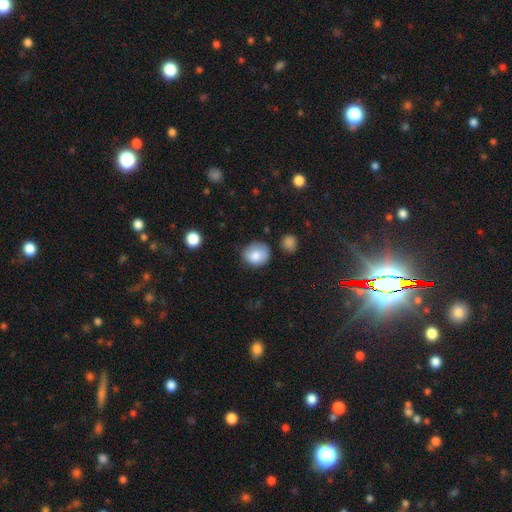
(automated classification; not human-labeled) smooth 79%, featured or disk 12%, star or artifact 9%. Down the decision tree: how rounded — round (74%); merging — none (64%).